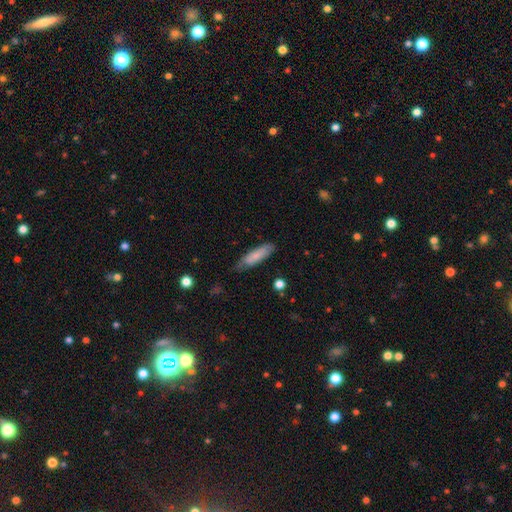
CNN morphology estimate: smooth_or_featured: smooth (p=0.74) [alt: featured or disk p=0.19]
how_rounded: cigar-shaped (p=0.57) [alt: in between p=0.41]
merging: none (p=0.66) [alt: minor disturbance p=0.26]